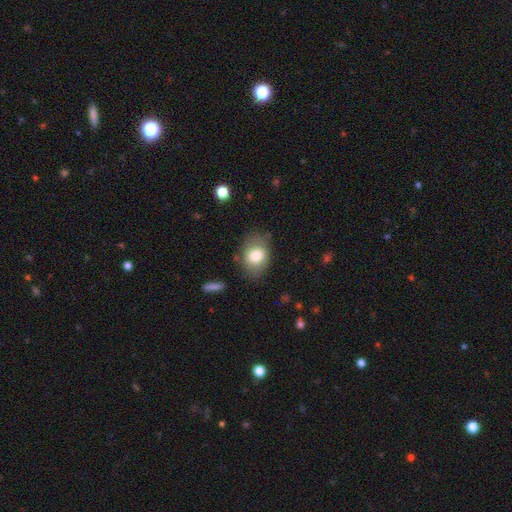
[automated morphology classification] smooth-or-featured: smooth: 78% | featured or disk: 14% | star or artifact: 8%
  how-rounded: in between: 69% | round: 30% | cigar-shaped: 1%
  merging: none: 71% | minor disturbance: 20% | major disturbance: 7% | merger: 3%